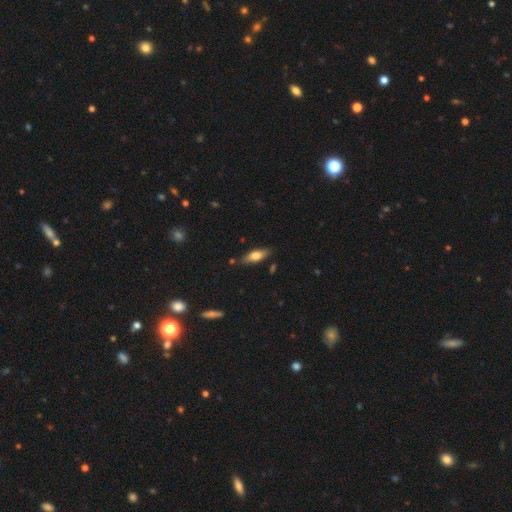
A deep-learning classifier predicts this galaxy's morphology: Smooth or featured? smooth (68%)
How rounded? in between (65%)
Merging? none (81%)